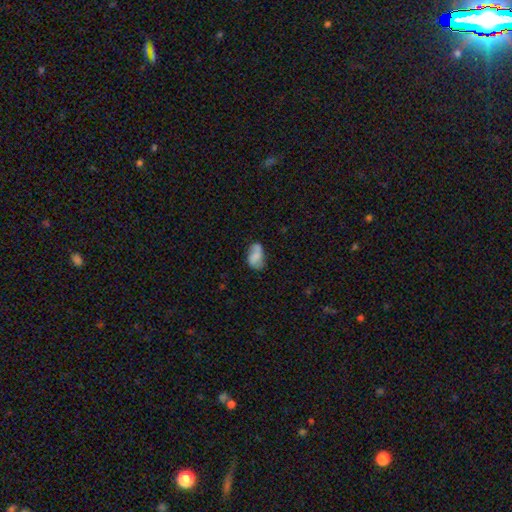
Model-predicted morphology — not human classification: A smooth galaxy with no disk features (59%) that is in between round and cigar-shaped (90%). Merging: none (56%).